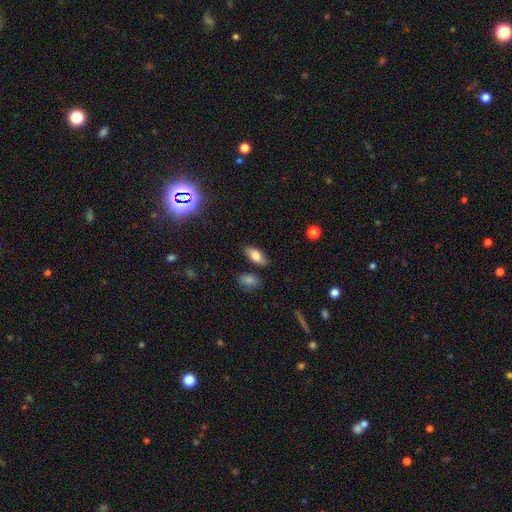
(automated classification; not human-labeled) Smooth or featured? smooth (78%)
How rounded? in between (84%)
Merging? none (83%)